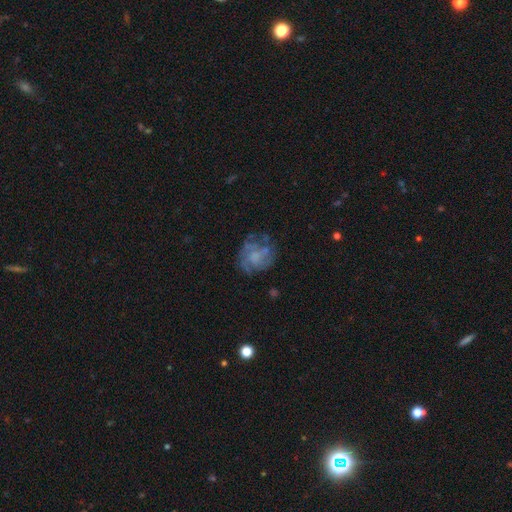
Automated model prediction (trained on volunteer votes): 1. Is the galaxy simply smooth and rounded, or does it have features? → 58% featured or disk, 31% smooth, 10% star or artifact.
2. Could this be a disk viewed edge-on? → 98% no, 2% yes.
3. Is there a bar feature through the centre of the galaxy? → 77% no, 20% weak, 3% strong.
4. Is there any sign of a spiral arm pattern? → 60% yes, 40% no.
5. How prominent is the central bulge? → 43% none, 26% moderate, 22% small, 7% large, 1% dominant.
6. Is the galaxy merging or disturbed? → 62% none, 20% minor disturbance, 16% major disturbance, 2% merger.